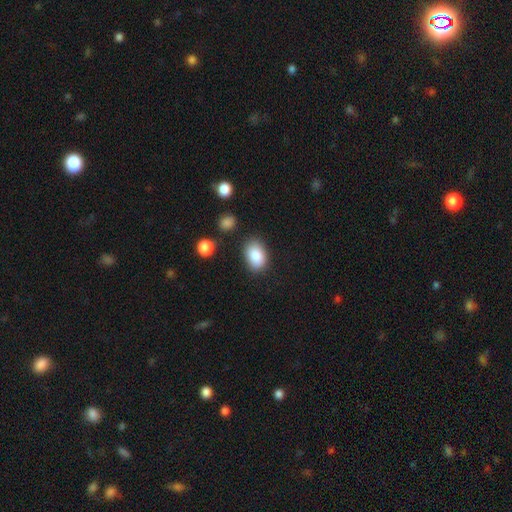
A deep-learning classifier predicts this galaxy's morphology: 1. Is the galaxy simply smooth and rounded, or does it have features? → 86% smooth, 7% star or artifact, 6% featured or disk.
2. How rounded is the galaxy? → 84% in between, 15% round, 1% cigar-shaped.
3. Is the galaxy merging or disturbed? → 81% none, 12% minor disturbance, 3% merger, 3% major disturbance.